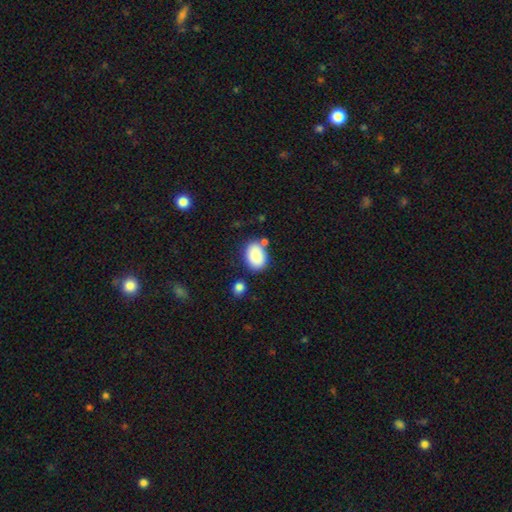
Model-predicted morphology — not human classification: This is clearly a smooth galaxy (86%). How rounded: clearly in between (81%). Merging: likely none (74%).